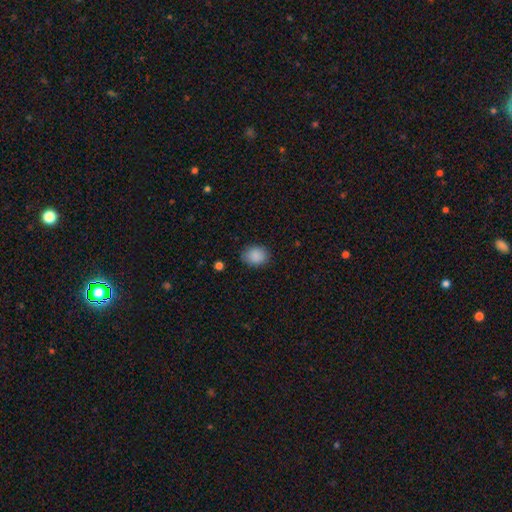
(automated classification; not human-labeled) Smooth or featured? smooth (88%)
How rounded? in between (54%)
Merging? none (82%)